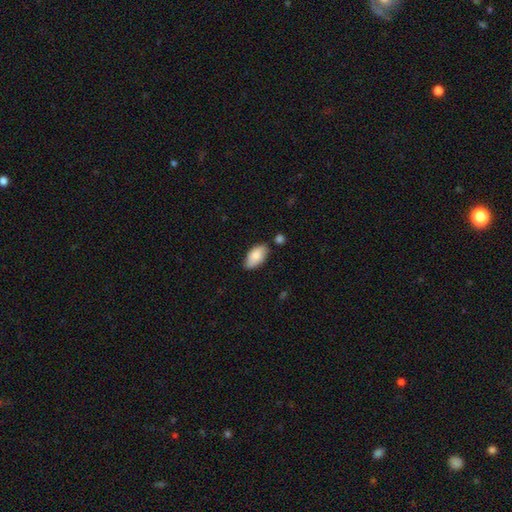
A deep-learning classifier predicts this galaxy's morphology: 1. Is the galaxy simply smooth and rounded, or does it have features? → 79% smooth, 15% featured or disk, 6% star or artifact.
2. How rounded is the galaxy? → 94% in between, 4% cigar-shaped, 3% round.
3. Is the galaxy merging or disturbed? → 74% none, 19% minor disturbance, 5% merger, 3% major disturbance.